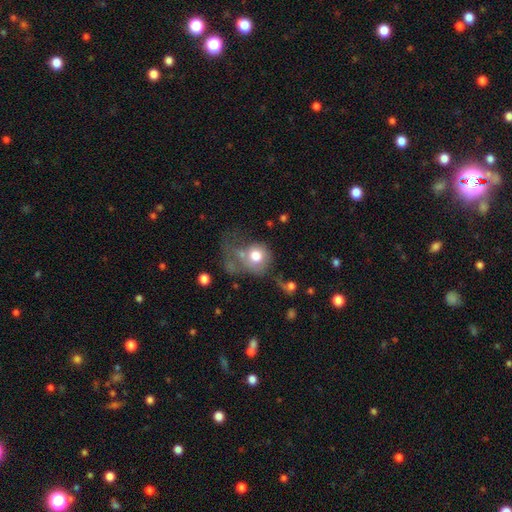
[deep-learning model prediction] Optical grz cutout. It shows a smooth galaxy with no disk features (68%) that is round (75%). Merging: major disturbance (43%).